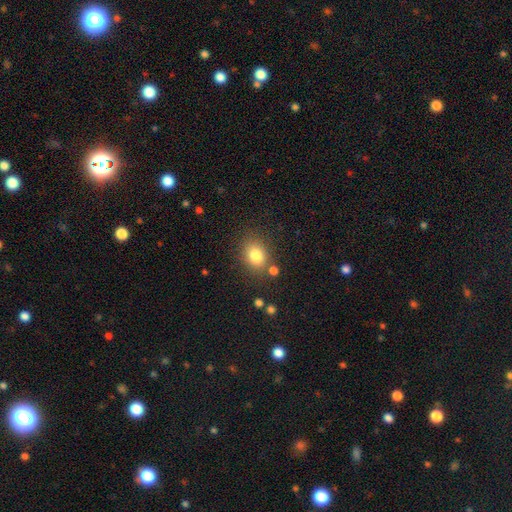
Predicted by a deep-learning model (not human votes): smooth 82%, star or artifact 10%, featured or disk 8%. Down the decision tree: how rounded — in between (56%); merging — none (76%).